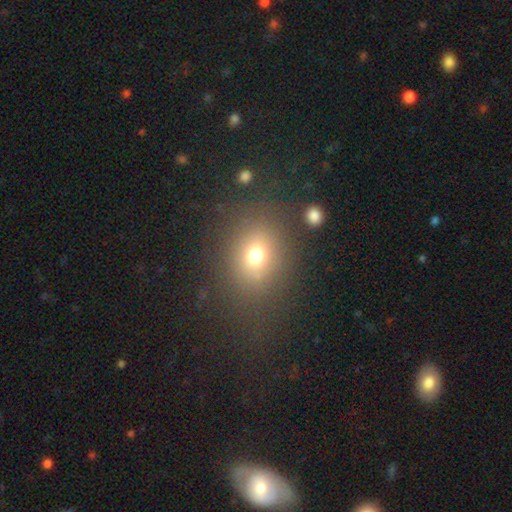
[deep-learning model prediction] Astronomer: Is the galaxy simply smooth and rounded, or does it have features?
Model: smooth — 72%.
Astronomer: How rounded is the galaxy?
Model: round — 53% (runner-up: in between, 46%).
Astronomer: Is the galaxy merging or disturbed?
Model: none — 77%.